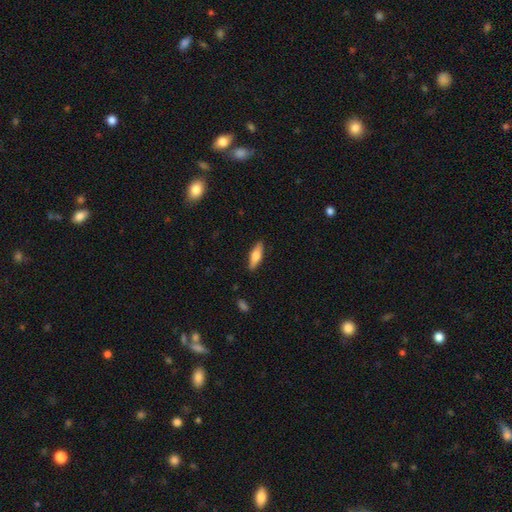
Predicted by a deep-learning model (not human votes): smooth_or_featured: smooth (p=0.55) [alt: featured or disk p=0.39]
how_rounded: cigar-shaped (p=0.50) [alt: in between p=0.48]
merging: none (p=0.88) [alt: minor disturbance p=0.09]